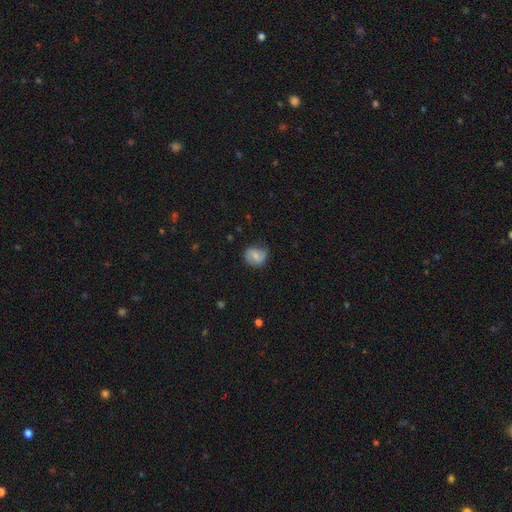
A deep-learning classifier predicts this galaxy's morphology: featured or disk 48%, smooth 44%, star or artifact 8%. Down the decision tree: merging — none (67%).